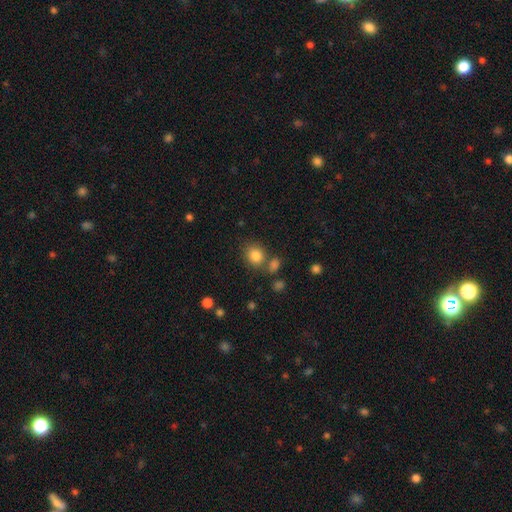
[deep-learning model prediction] smooth 82%, star or artifact 11%, featured or disk 7%. Down the decision tree: how rounded — round (69%); merging — none (68%).